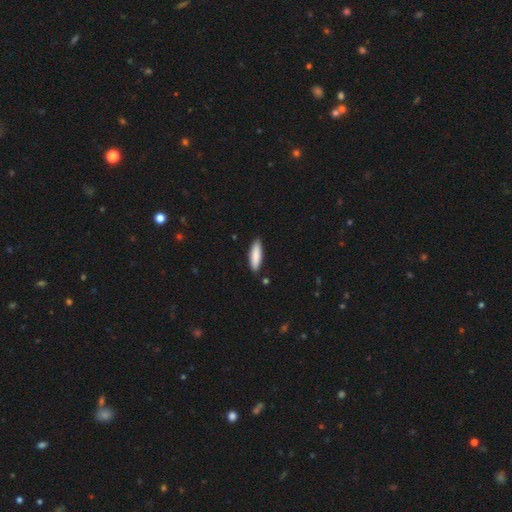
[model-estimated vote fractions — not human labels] smooth-or-featured: smooth: 86% | featured or disk: 8% | star or artifact: 5%
  how-rounded: cigar-shaped: 63% | in between: 36% | round: 1%
  merging: none: 87% | minor disturbance: 9% | merger: 2% | major disturbance: 2%